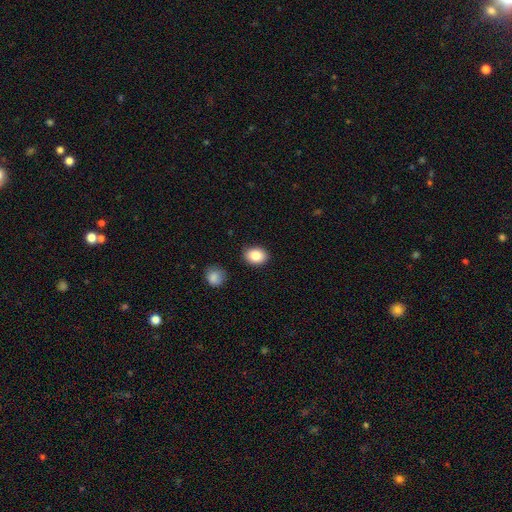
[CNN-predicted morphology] A smooth galaxy with no disk features (84%) that is in between round and cigar-shaped (69%).

Vote fractions:
- Smooth or featured? smooth: 84% / star or artifact: 8% / featured or disk: 7%
- How rounded? in between: 69% / round: 30% / cigar-shaped: 1%
- Merging? none: 87% / minor disturbance: 9% / major disturbance: 2% / merger: 2%